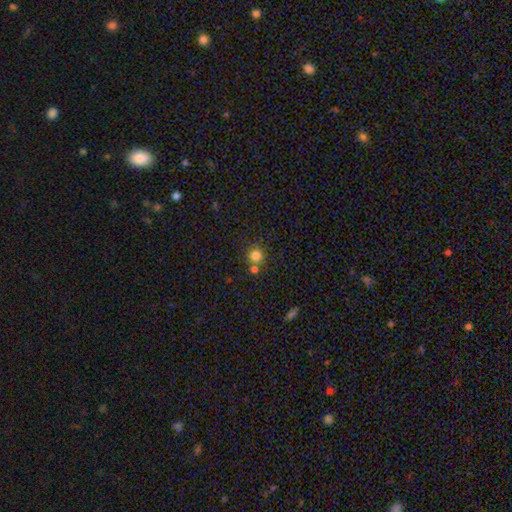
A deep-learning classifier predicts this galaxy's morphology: smooth_or_featured: smooth (p=0.79) [alt: star or artifact p=0.14]
how_rounded: round (p=0.91) [alt: in between p=0.08]
merging: none (p=0.65) [alt: merger p=0.24]